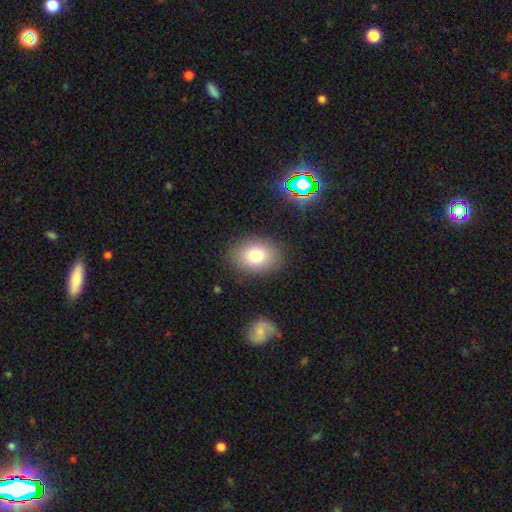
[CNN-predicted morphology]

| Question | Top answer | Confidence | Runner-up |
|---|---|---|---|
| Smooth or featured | smooth | 80% | featured or disk (10%) |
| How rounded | in between | 73% | round (26%) |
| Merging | none | 86% | minor disturbance (10%) |